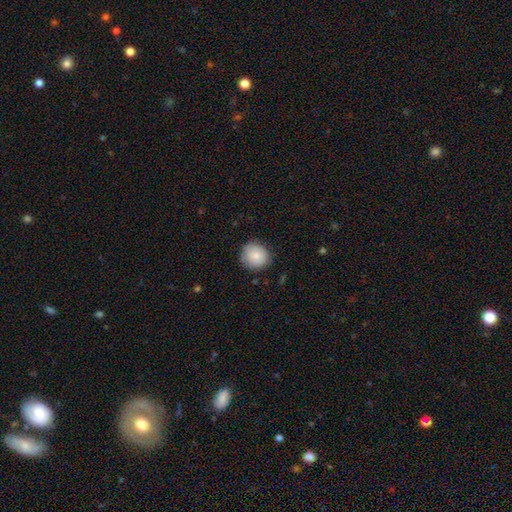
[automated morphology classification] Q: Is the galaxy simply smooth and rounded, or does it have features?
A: smooth — 84%.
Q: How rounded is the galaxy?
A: round — 87%.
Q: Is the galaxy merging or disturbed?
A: none — 81%.